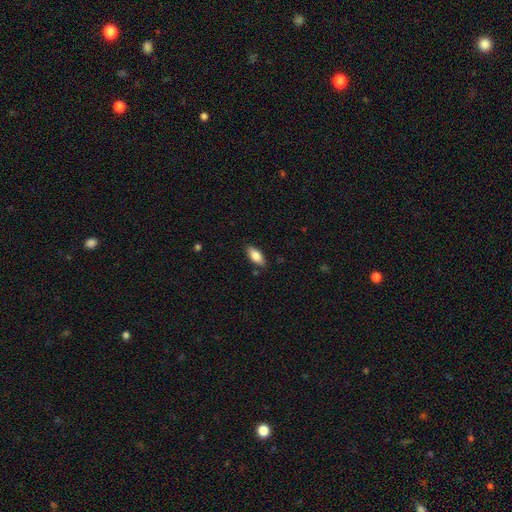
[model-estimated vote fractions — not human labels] smooth-or-featured: smooth: 82% | featured or disk: 11% | star or artifact: 7%
  how-rounded: in between: 86% | cigar-shaped: 12% | round: 2%
  merging: none: 85% | minor disturbance: 12% | major disturbance: 2% | merger: 1%